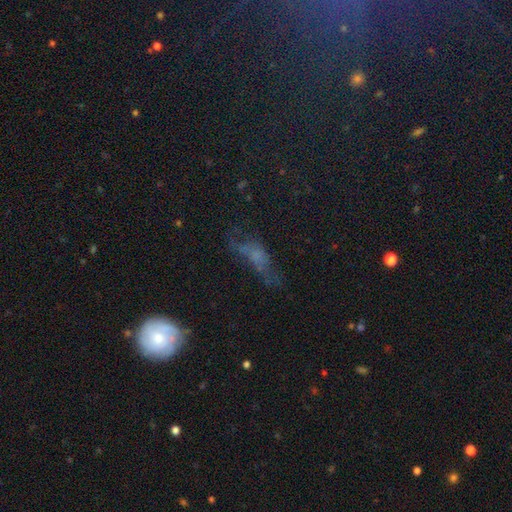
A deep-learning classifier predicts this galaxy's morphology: A smooth galaxy with no disk features (38%).

Vote fractions:
- Smooth or featured? smooth: 38% / featured or disk: 36% / star or artifact: 26%
- Merging? none: 41% / major disturbance: 30% / minor disturbance: 22% / merger: 6%